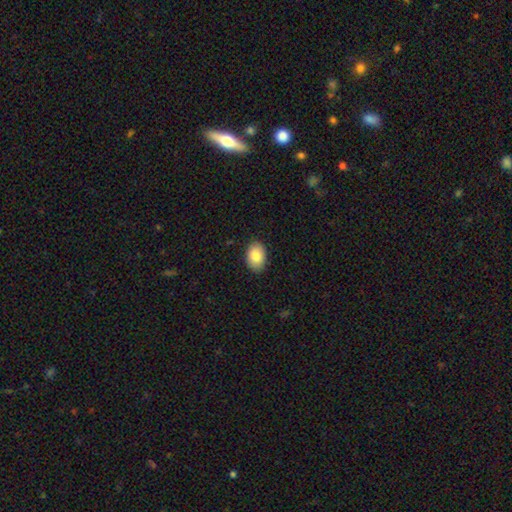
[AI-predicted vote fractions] Smooth or featured: smooth — 85% (featured or disk — 8%)
How rounded: in between — 85% (round — 14%)
Merging: none — 88% (minor disturbance — 9%)